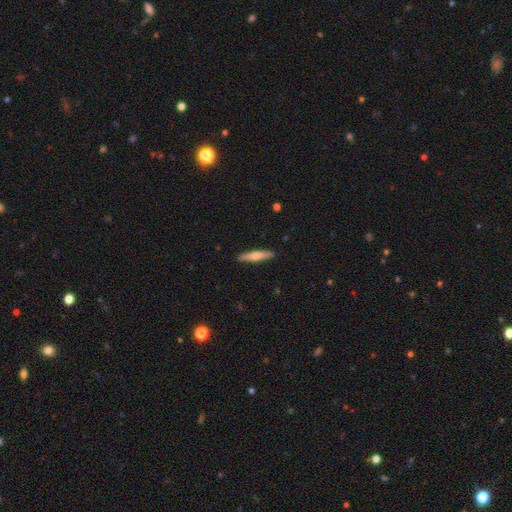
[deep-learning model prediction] This is possibly a smooth galaxy (53%). How rounded: clearly cigar-shaped (88%). Merging: clearly none (91%).